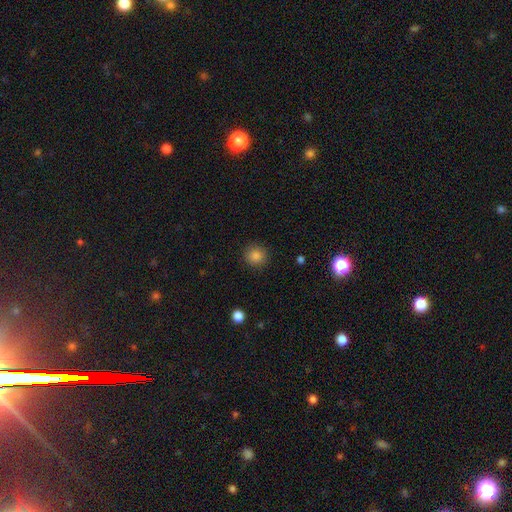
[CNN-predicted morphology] smooth-or-featured: smooth: 86% | star or artifact: 10% | featured or disk: 4%
  how-rounded: round: 89% | in between: 10% | cigar-shaped: 1%
  merging: none: 89% | minor disturbance: 7% | major disturbance: 2% | merger: 1%